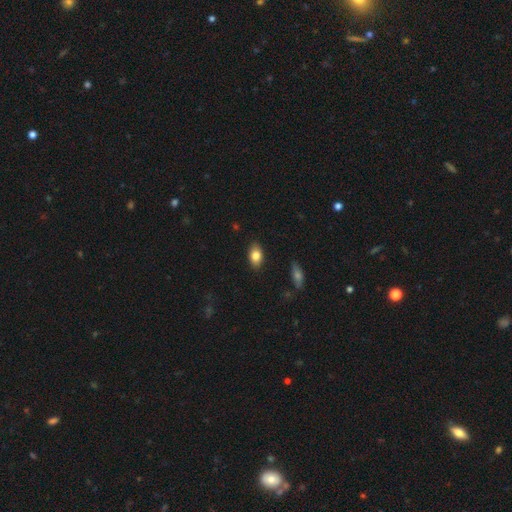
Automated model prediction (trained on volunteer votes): smooth_or_featured: smooth (p=0.81) [alt: featured or disk p=0.11]
how_rounded: in between (p=0.89) [alt: round p=0.08]
merging: none (p=0.87) [alt: minor disturbance p=0.10]